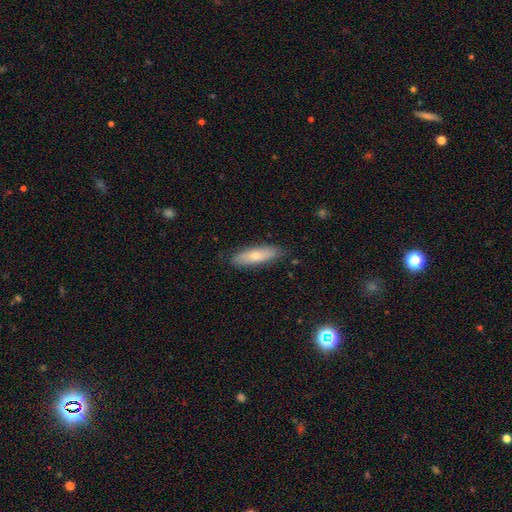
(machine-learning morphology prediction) This is likely a smooth galaxy (66%). How rounded: likely cigar-shaped (61%). Merging: clearly none (85%).